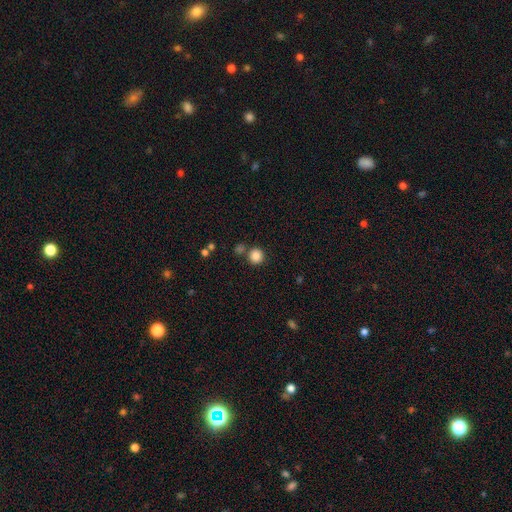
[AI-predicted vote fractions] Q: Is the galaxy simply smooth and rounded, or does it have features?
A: smooth — 85%.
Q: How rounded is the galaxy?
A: round — 93%.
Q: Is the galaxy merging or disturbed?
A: none — 78%.